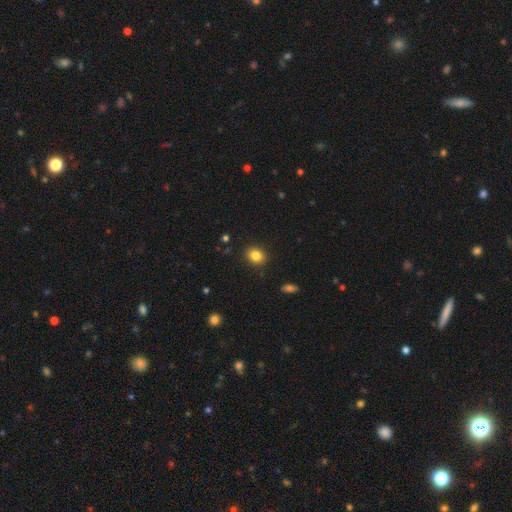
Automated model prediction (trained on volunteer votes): Smooth or featured: smooth — 83% (star or artifact — 11%)
How rounded: round — 64% (in between — 35%)
Merging: none — 90% (minor disturbance — 7%)